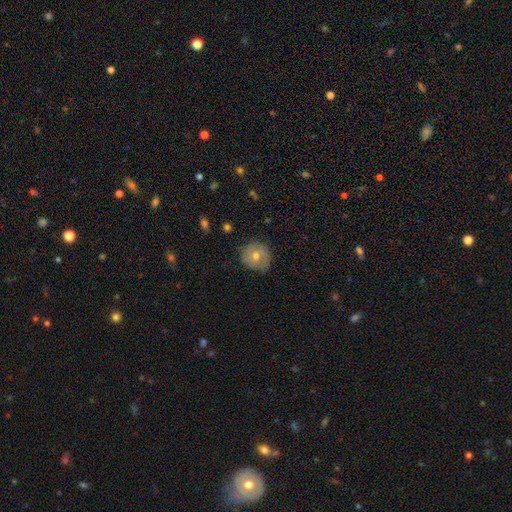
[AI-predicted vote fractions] This is possibly a smooth galaxy (56%). How rounded: clearly round (90%). Merging: likely none (76%).